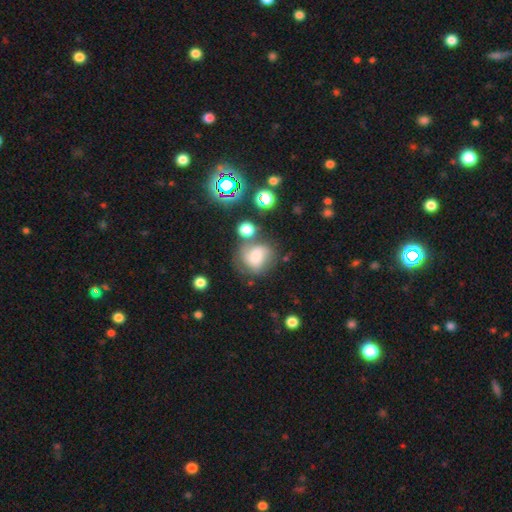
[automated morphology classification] Q: Smooth or featured?
A: smooth (50%); runner-up: featured or disk (35%)
Q: How rounded?
A: round (69%); runner-up: in between (29%)
Q: Merging?
A: none (46%); runner-up: minor disturbance (22%)